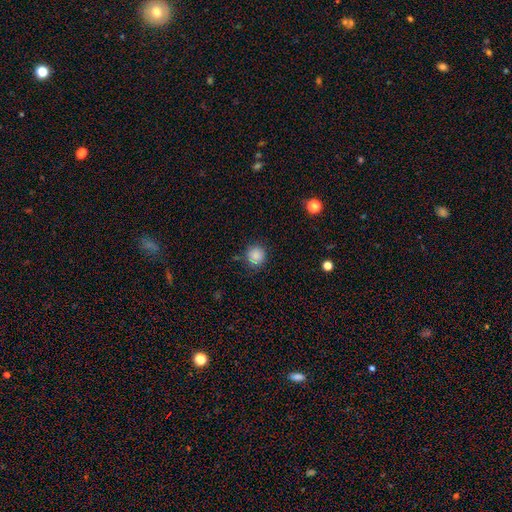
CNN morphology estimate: A smooth galaxy with no disk features (86%) that is round (90%).

Vote fractions:
- Smooth or featured? smooth: 86% / star or artifact: 10% / featured or disk: 4%
- How rounded? round: 90% / in between: 9% / cigar-shaped: 1%
- Merging? none: 83% / minor disturbance: 11% / major disturbance: 3% / merger: 2%